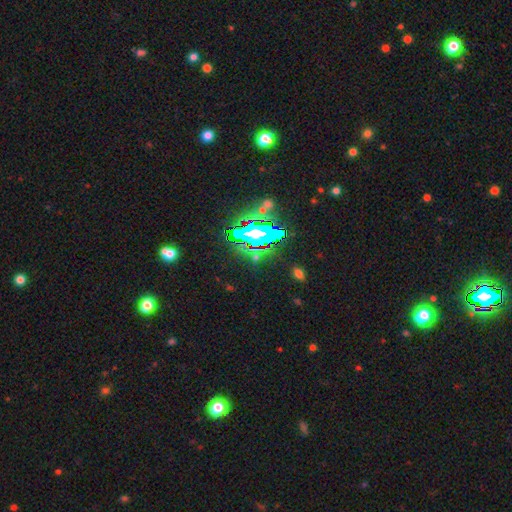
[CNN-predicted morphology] A star or artifact, not a galaxy (69%).